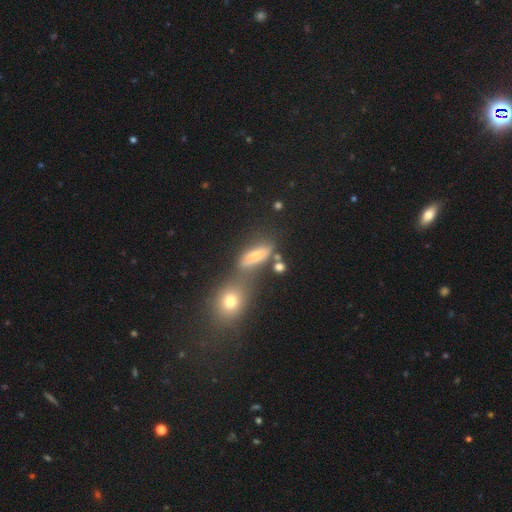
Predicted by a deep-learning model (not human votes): A smooth galaxy with no disk features (59%) that is in between round and cigar-shaped (65%). Merging: none (44%).